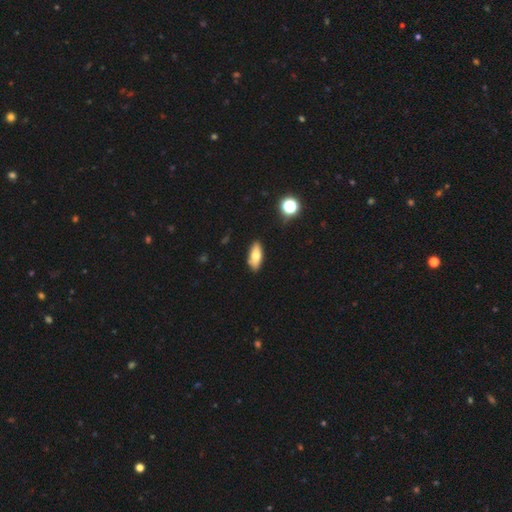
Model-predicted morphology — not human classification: This appears to be a smooth galaxy with no disk features (70%) that is in between round and cigar-shaped (78%). Merging: none (85%).